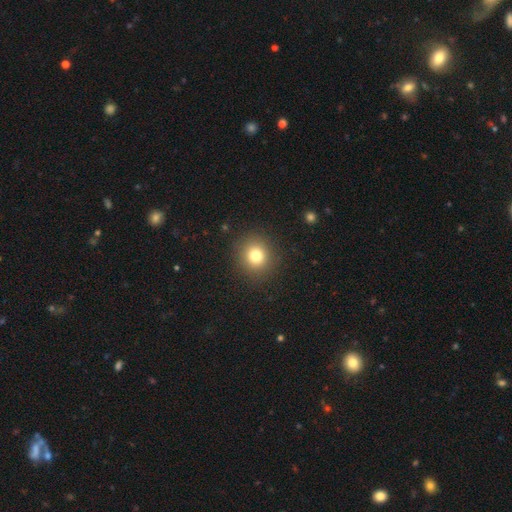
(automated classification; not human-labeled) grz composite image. It shows a smooth galaxy with no disk features (78%) that is round (88%). Merging: none (90%).